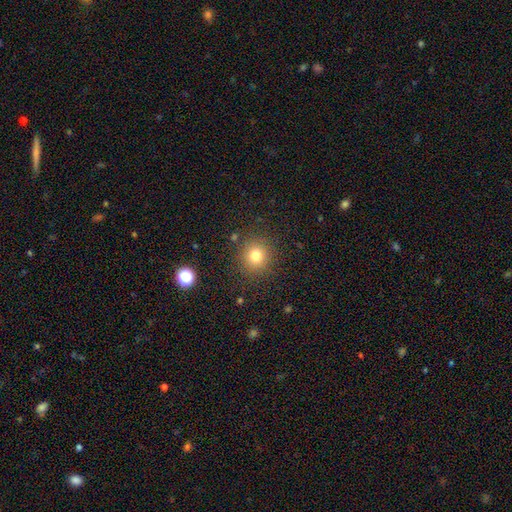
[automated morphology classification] type=smooth (78%); roundness=round (89%); merging=none (87%).